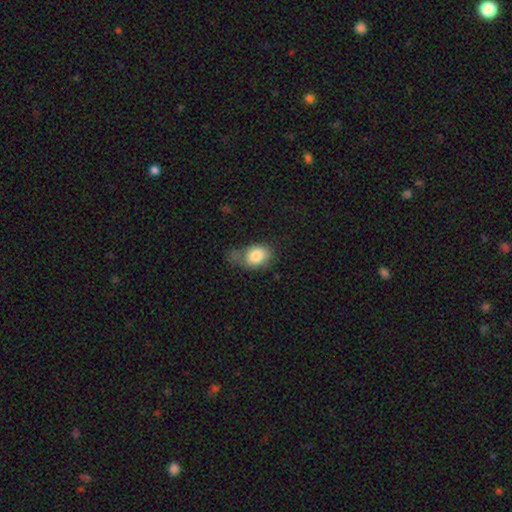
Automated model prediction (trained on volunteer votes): smooth-or-featured: smooth: 82% | featured or disk: 10% | star or artifact: 8%
  how-rounded: in between: 75% | round: 23% | cigar-shaped: 1%
  merging: none: 38% | minor disturbance: 34% | major disturbance: 21% | merger: 8%